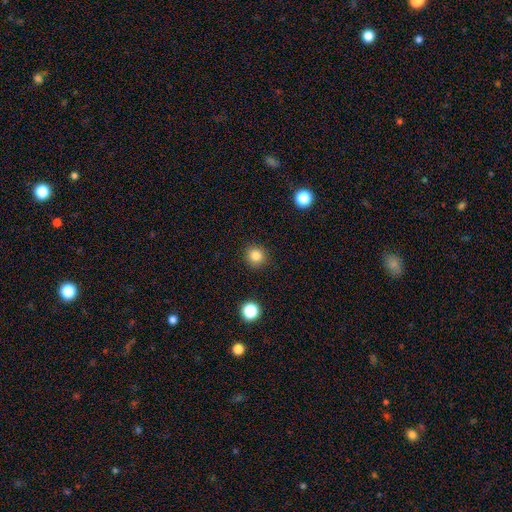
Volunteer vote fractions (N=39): Smooth or featured: smooth — 85% (star or artifact — 10%)
How rounded: round — 94% (in between — 6%)
Merging: none — 100%